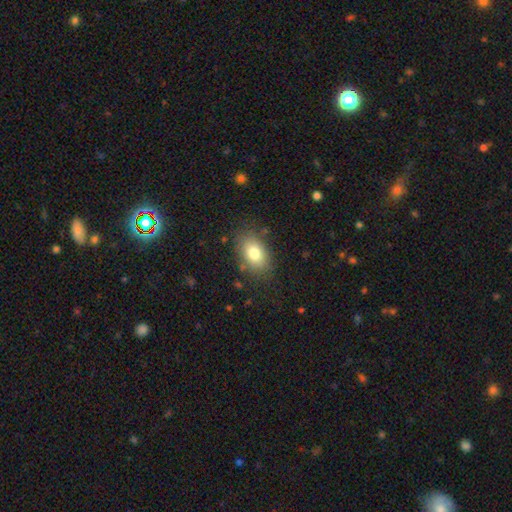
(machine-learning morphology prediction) A smooth galaxy with no disk features (79%) that is in between round and cigar-shaped (86%).

Vote fractions:
- Smooth or featured? smooth: 79% / featured or disk: 11% / star or artifact: 9%
- How rounded? in between: 86% / round: 13% / cigar-shaped: 2%
- Merging? none: 83% / minor disturbance: 12% / major disturbance: 3% / merger: 2%